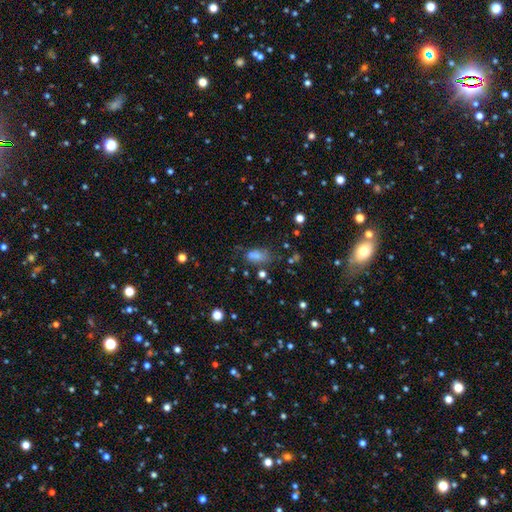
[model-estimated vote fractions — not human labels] smooth-or-featured: smooth: 74% | star or artifact: 14% | featured or disk: 12%
  how-rounded: in between: 87% | round: 7% | cigar-shaped: 6%
  merging: none: 48% | minor disturbance: 27% | major disturbance: 18% | merger: 7%